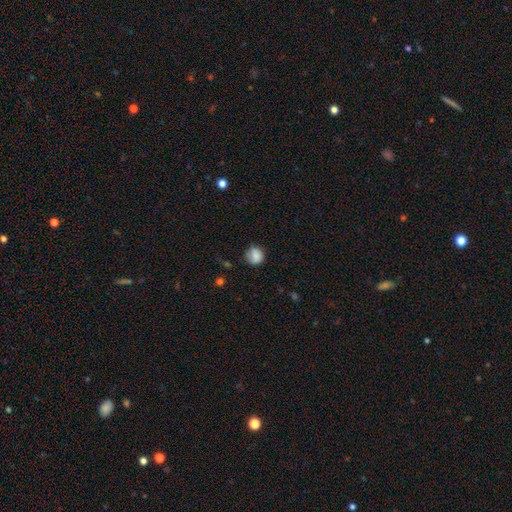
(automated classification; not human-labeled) smooth 79%, featured or disk 12%, star or artifact 9%. Down the decision tree: how rounded — round (82%); merging — none (67%).